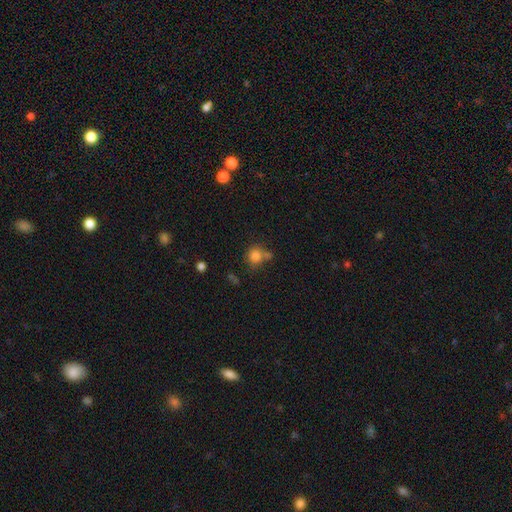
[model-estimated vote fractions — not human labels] Smooth or featured? Predicted: smooth (p=0.81). How rounded? Predicted: round (p=0.84). Merging? Predicted: none (p=0.55).